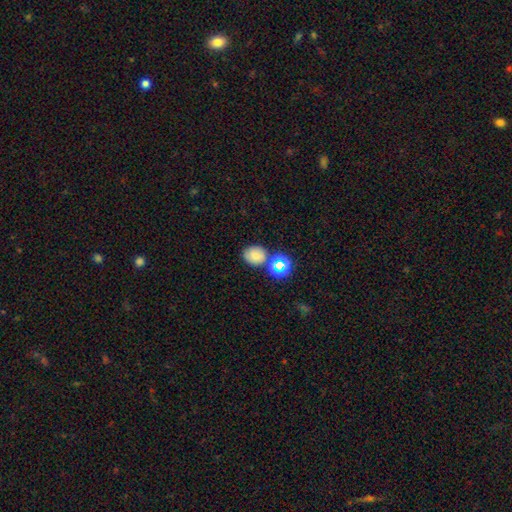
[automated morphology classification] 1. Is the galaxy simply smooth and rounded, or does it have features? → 71% smooth, 19% star or artifact, 10% featured or disk.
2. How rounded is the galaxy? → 62% round, 37% in between, 1% cigar-shaped.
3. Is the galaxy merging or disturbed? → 70% none, 14% merger, 12% minor disturbance, 4% major disturbance.